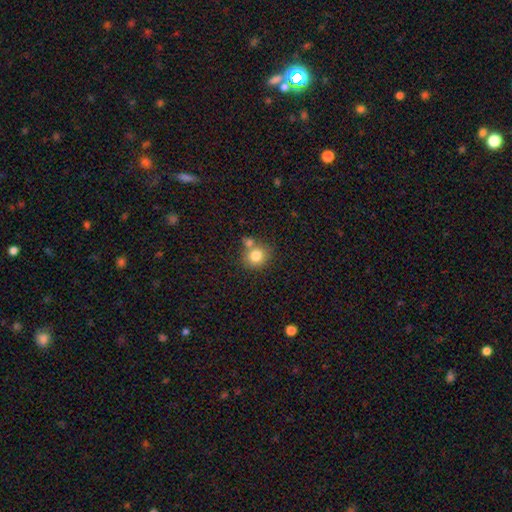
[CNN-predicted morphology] Smooth or featured? Predicted: smooth (p=0.80). How rounded? Predicted: round (p=0.82). Merging? Predicted: none (p=0.58).